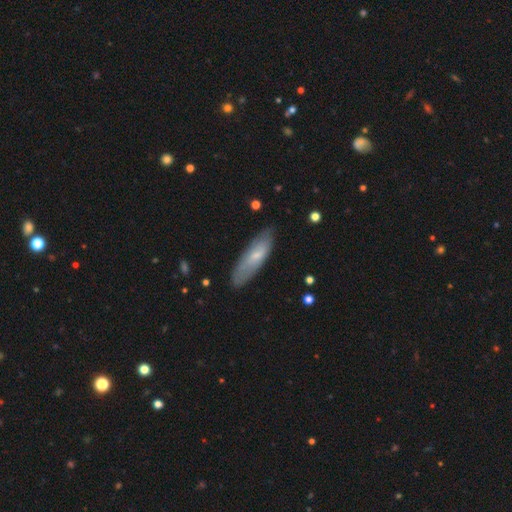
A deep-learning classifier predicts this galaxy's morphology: Q: Smooth or featured?
A: smooth (61%); runner-up: featured or disk (33%)
Q: How rounded?
A: cigar-shaped (52%); runner-up: in between (46%)
Q: Merging?
A: none (80%); runner-up: minor disturbance (15%)